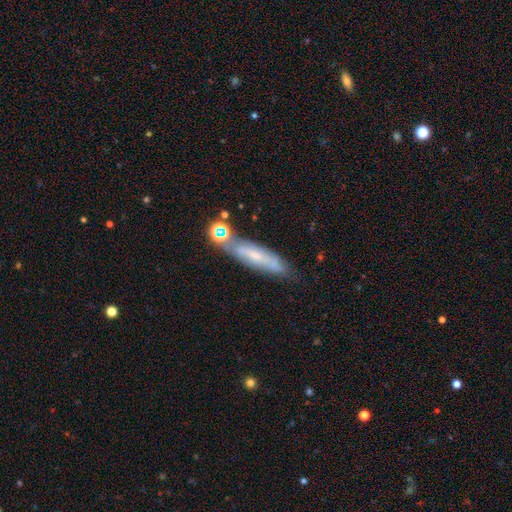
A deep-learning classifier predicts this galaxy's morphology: type=featured or disk (52%); edge-on=no (59%); merging=none (50%).